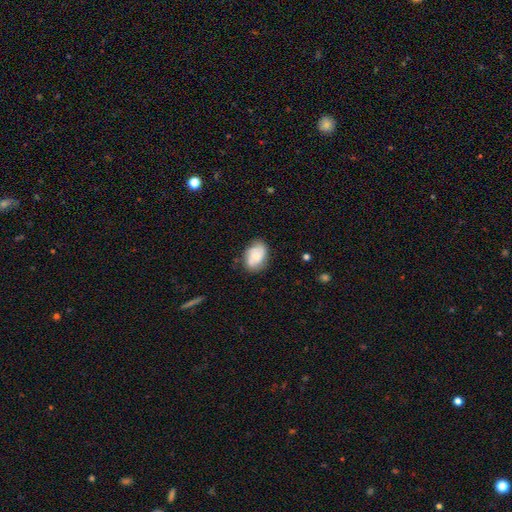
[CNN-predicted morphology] smooth-or-featured: smooth: 54% | featured or disk: 38% | star or artifact: 8%
  how-rounded: in between: 78% | round: 21% | cigar-shaped: 1%
  merging: none: 72% | minor disturbance: 21% | major disturbance: 5% | merger: 2%